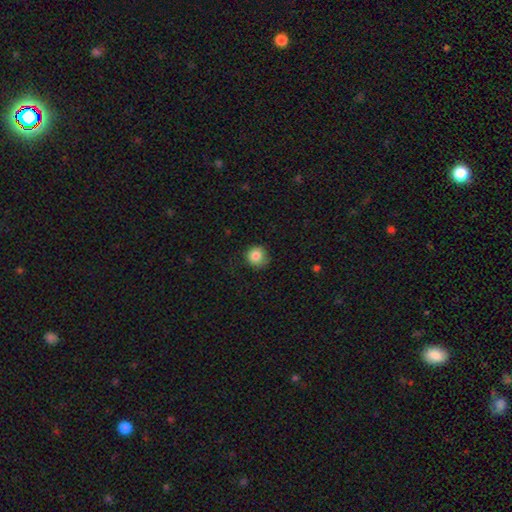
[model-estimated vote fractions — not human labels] Smooth or featured?
  - smooth: 84% *
  - star or artifact: 10%
  - featured or disk: 6%
How rounded?
  - round: 90% *
  - in between: 9%
  - cigar-shaped: 1%
Merging?
  - none: 76% *
  - minor disturbance: 18%
  - major disturbance: 5%
  - merger: 1%